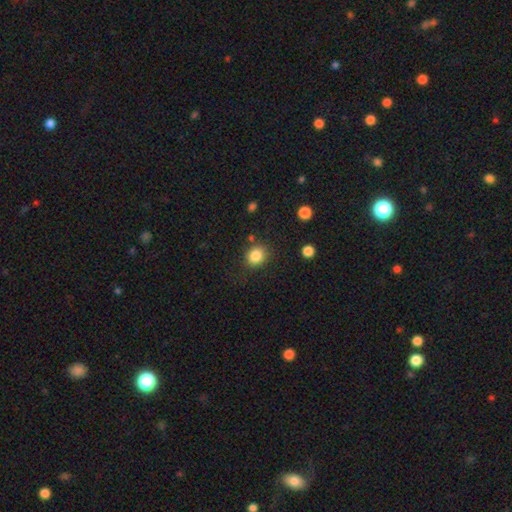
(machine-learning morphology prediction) The model was most divided on "how rounded": round: 70%, in between: 30%, cigar-shaped: 1%. More confident: smooth or featured — smooth (85%); merging — none (79%).